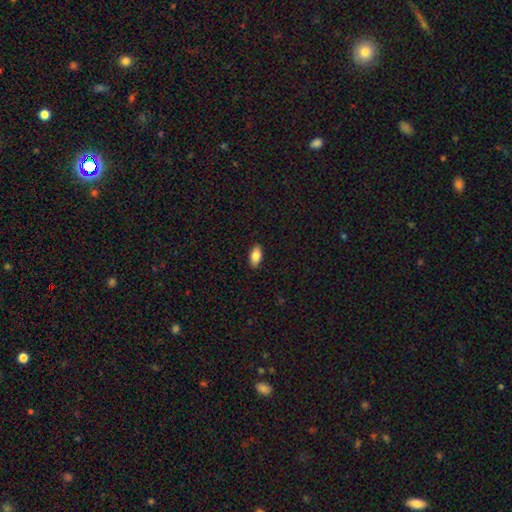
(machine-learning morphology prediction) This appears to be a smooth galaxy with no disk features (84%) that is in between round and cigar-shaped (91%). Merging: none (89%).